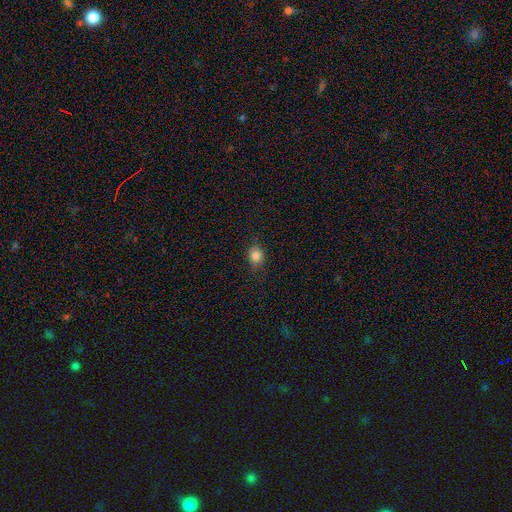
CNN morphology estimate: Smooth or featured?
  - smooth: 84% *
  - star or artifact: 11%
  - featured or disk: 5%
How rounded?
  - round: 64% *
  - in between: 35%
  - cigar-shaped: 1%
Merging?
  - none: 83% *
  - minor disturbance: 13%
  - major disturbance: 3%
  - merger: 1%